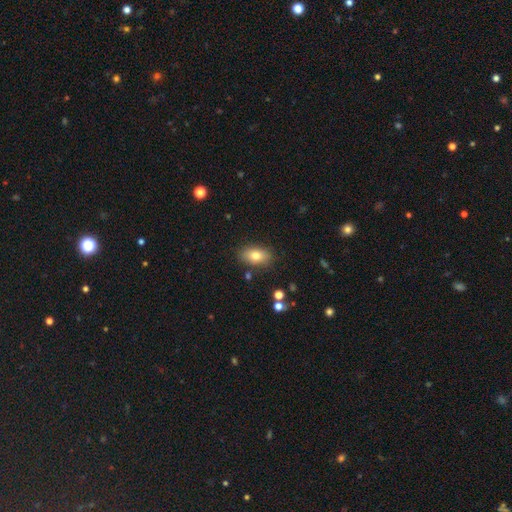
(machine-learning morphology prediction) smooth-or-featured: smooth: 77% | featured or disk: 14% | star or artifact: 9%
  how-rounded: in between: 88% | round: 10% | cigar-shaped: 3%
  merging: none: 84% | minor disturbance: 11% | major disturbance: 3% | merger: 3%